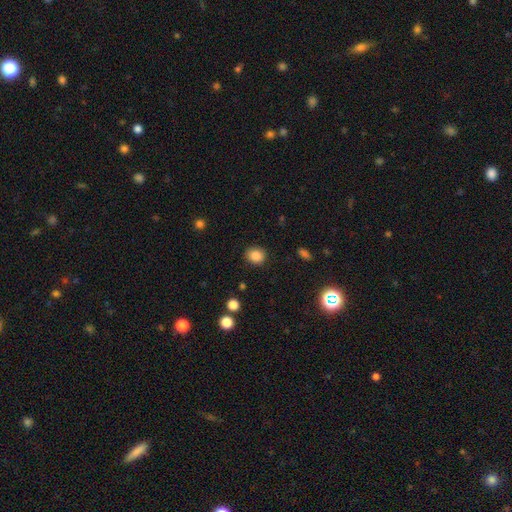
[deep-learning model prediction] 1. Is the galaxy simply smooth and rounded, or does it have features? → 85% smooth, 10% star or artifact, 4% featured or disk.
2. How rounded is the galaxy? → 74% round, 25% in between, 1% cigar-shaped.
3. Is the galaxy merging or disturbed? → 89% none, 8% minor disturbance, 2% major disturbance, 1% merger.